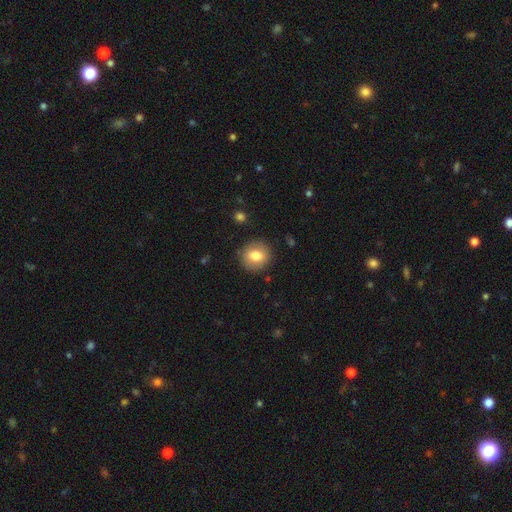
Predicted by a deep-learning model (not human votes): A smooth galaxy with no disk features (78%) that is round (82%). Merging: none (86%).